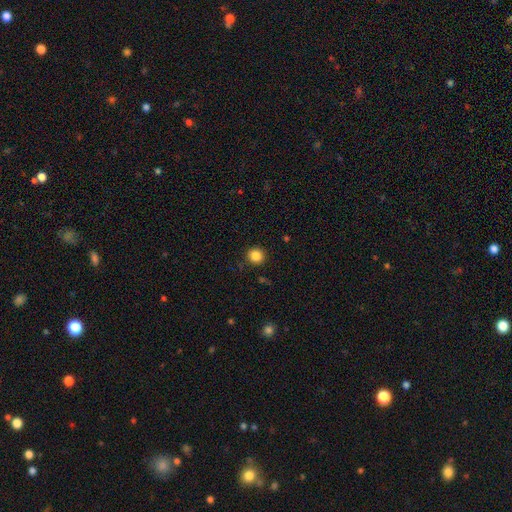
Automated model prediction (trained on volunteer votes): Smooth or featured: smooth — 85% (star or artifact — 11%)
How rounded: round — 91% (in between — 8%)
Merging: none — 90% (minor disturbance — 7%)